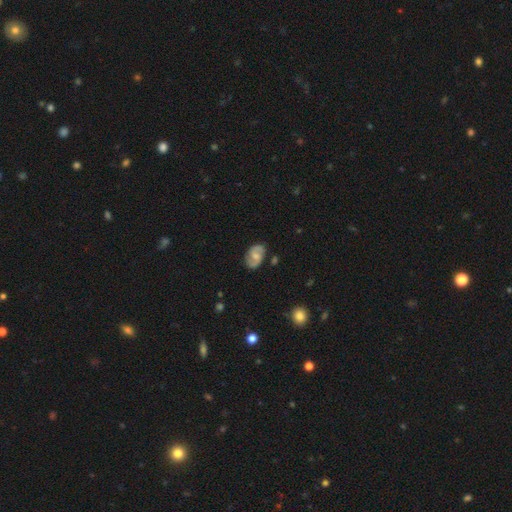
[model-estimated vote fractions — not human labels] Morphology: type=featured or disk (62%); edge-on=no (97%); bar=weak (48%); spiral arms=yes (89%); winding=medium (49%); arm count=2 (88%); bulge=moderate (44%); merging=none (79%).